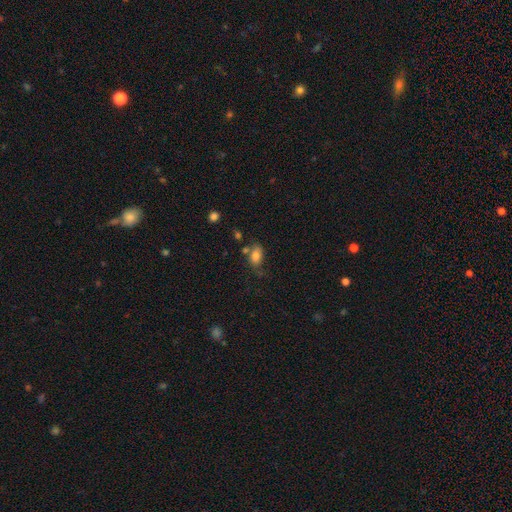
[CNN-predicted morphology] A smooth galaxy with no disk features (79%) that is in between round and cigar-shaped (84%). Merging: none (53%).